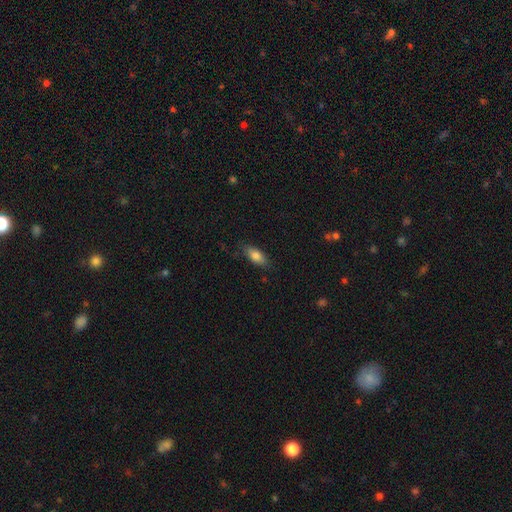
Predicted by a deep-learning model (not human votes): This is likely a smooth galaxy (80%). How rounded: clearly in between (80%). Merging: likely none (80%).